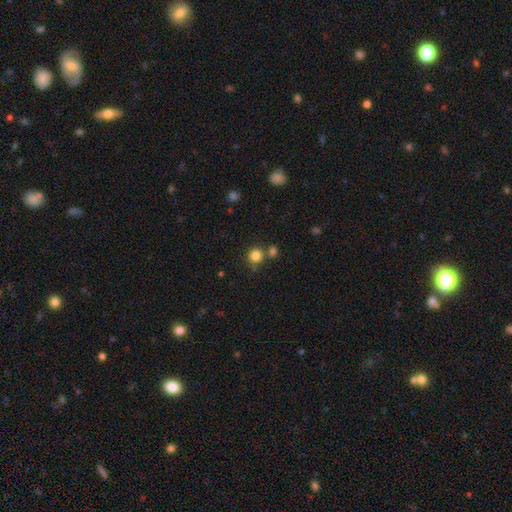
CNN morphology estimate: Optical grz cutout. It shows a smooth galaxy with no disk features (82%) that is round (91%). Merging: none (71%).